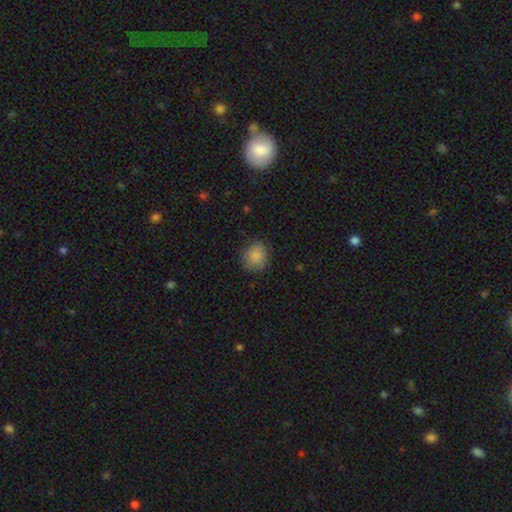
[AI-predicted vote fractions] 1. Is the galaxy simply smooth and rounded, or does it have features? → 85% smooth, 8% star or artifact, 6% featured or disk.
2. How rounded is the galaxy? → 81% round, 18% in between, 1% cigar-shaped.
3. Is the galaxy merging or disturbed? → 80% none, 15% minor disturbance, 4% major disturbance, 1% merger.